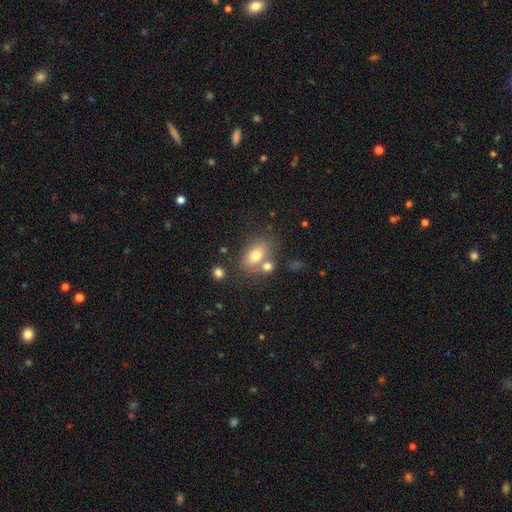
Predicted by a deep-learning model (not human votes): This is likely a smooth galaxy (74%). How rounded: clearly in between (84%). Merging: possibly none (58%).